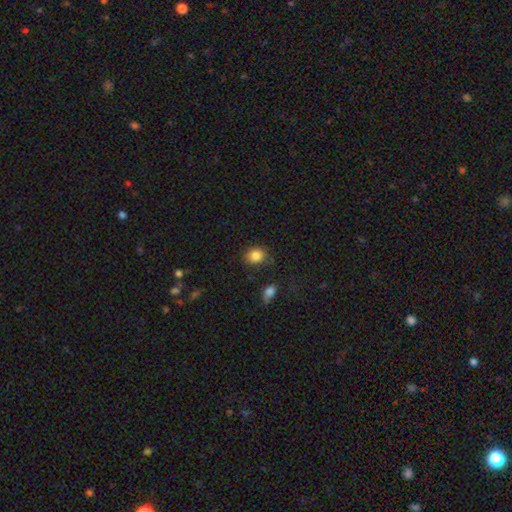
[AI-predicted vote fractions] The model was most divided on "how rounded": round: 65%, in between: 34%, cigar-shaped: 1%. More confident: smooth or featured — smooth (86%); merging — none (78%).